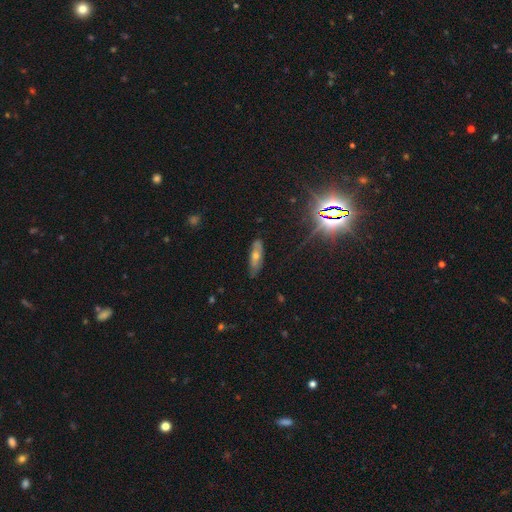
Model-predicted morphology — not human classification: A smooth galaxy with no disk features (43%).

Vote fractions:
- Smooth or featured? smooth: 43% / featured or disk: 36% / star or artifact: 21%
- Merging? none: 81% / minor disturbance: 14% / major disturbance: 3% / merger: 2%